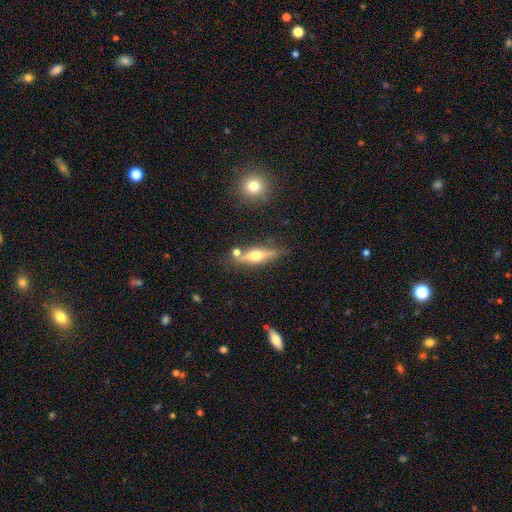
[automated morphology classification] featured or disk 60%, smooth 33%, star or artifact 7%. Down the decision tree: edge-on disk — yes (92%); edge-on bulge — rounded (94%); merging — none (74%).